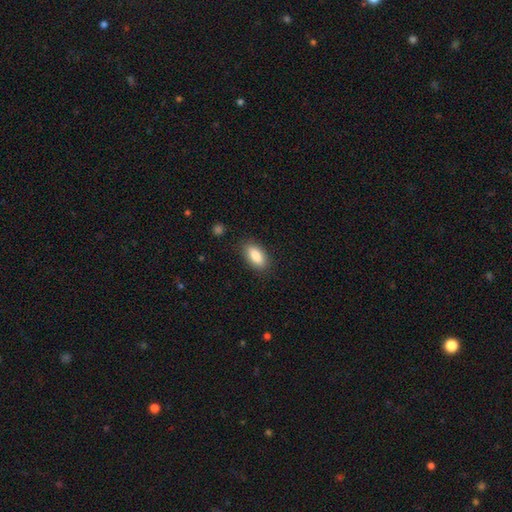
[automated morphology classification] type=smooth (87%); roundness=in between (90%); merging=none (85%).